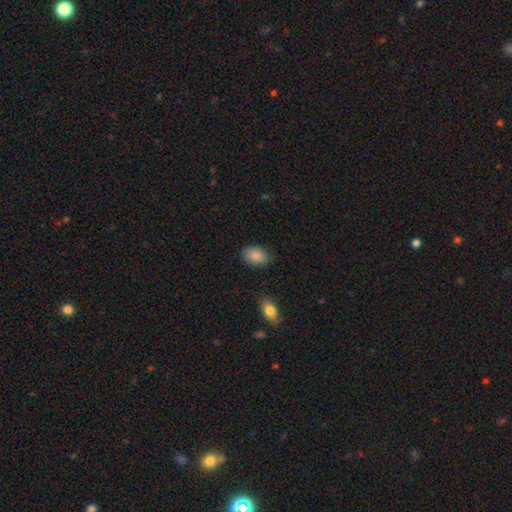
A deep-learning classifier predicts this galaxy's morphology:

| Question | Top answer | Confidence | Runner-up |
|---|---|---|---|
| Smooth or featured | smooth | 88% | star or artifact (7%) |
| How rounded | in between | 87% | round (12%) |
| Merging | none | 84% | minor disturbance (12%) |